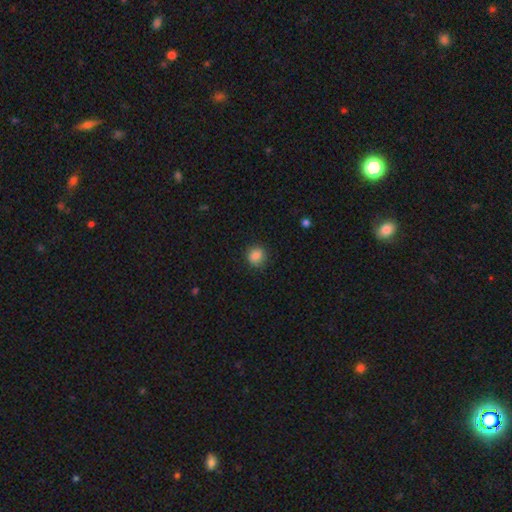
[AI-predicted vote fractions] This is clearly a smooth galaxy (87%). How rounded: clearly round (84%). Merging: clearly none (87%).